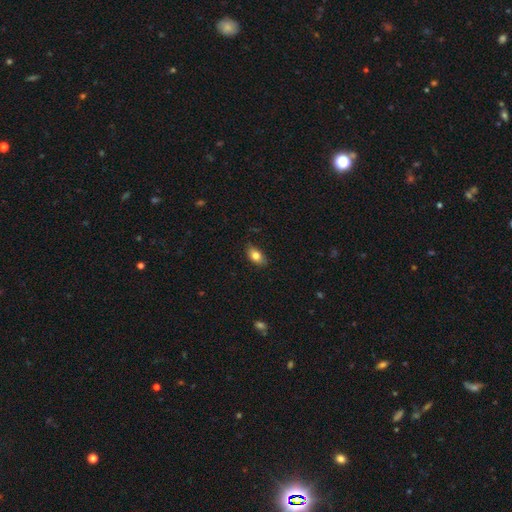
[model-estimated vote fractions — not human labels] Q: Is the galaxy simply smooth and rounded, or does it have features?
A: smooth — 81%.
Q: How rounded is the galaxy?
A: in between — 87%.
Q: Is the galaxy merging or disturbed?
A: none — 80%.